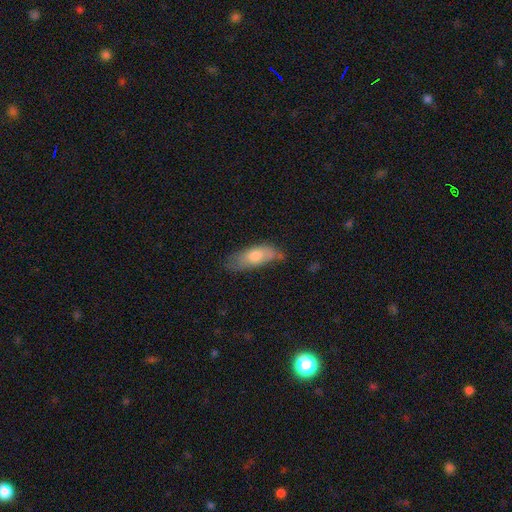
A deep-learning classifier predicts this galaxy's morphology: Smooth or featured? smooth (70%)
How rounded? in between (76%)
Merging? none (55%)